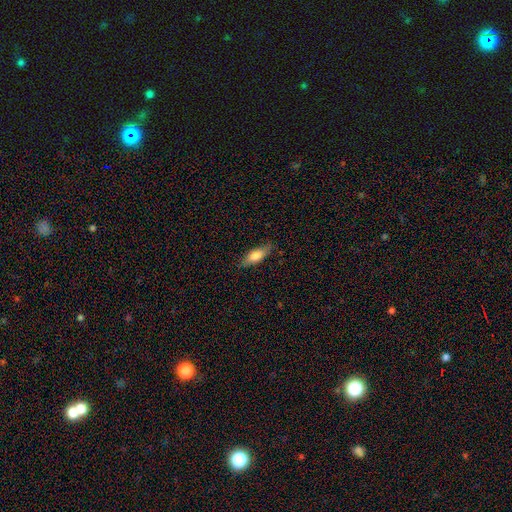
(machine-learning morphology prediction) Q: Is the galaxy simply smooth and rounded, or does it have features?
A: smooth — 68%.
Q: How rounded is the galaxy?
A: in between — 57%.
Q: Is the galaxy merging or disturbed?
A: none — 81%.